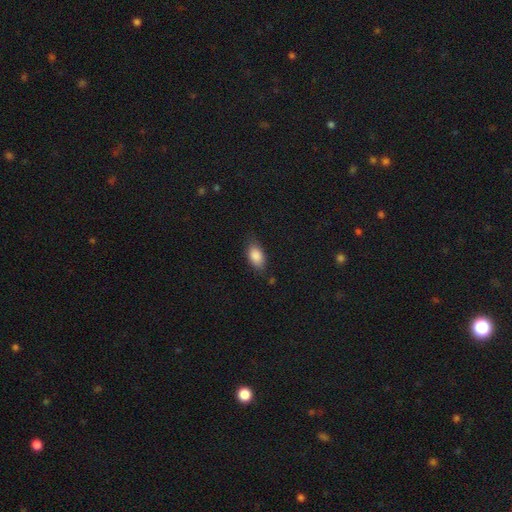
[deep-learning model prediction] A smooth galaxy with no disk features (87%) that is in between round and cigar-shaped (90%).

Vote fractions:
- Smooth or featured? smooth: 87% / star or artifact: 7% / featured or disk: 6%
- How rounded? in between: 90% / cigar-shaped: 6% / round: 5%
- Merging? none: 76% / minor disturbance: 19% / major disturbance: 4% / merger: 2%